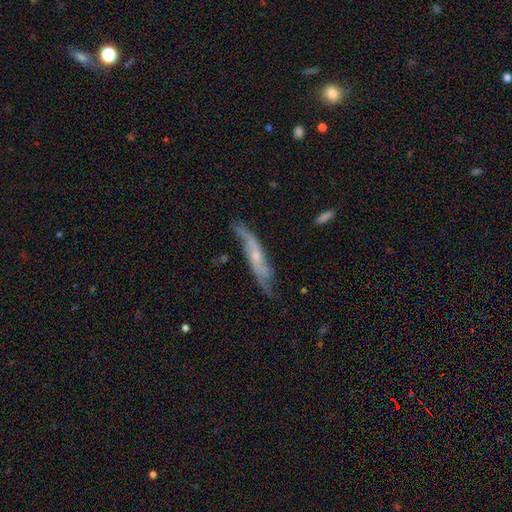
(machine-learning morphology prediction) Smooth or featured? featured or disk (74%)
Edge-on disk? no (59%)
Merging? none (62%)